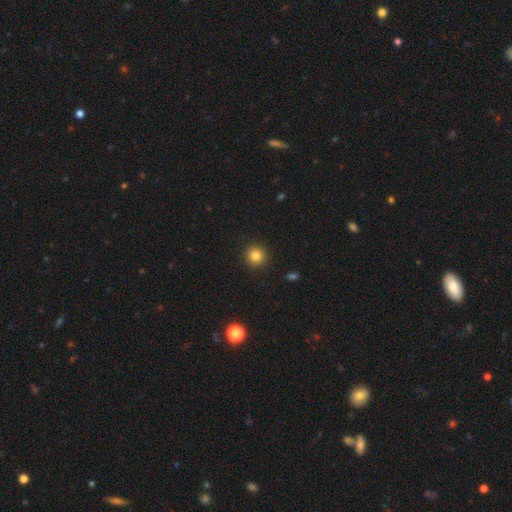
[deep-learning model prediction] A smooth galaxy with no disk features (82%) that is round (94%).

Vote fractions:
- Smooth or featured? smooth: 82% / star or artifact: 12% / featured or disk: 6%
- How rounded? round: 94% / in between: 5% / cigar-shaped: 1%
- Merging? none: 92% / minor disturbance: 5% / major disturbance: 2% / merger: 1%